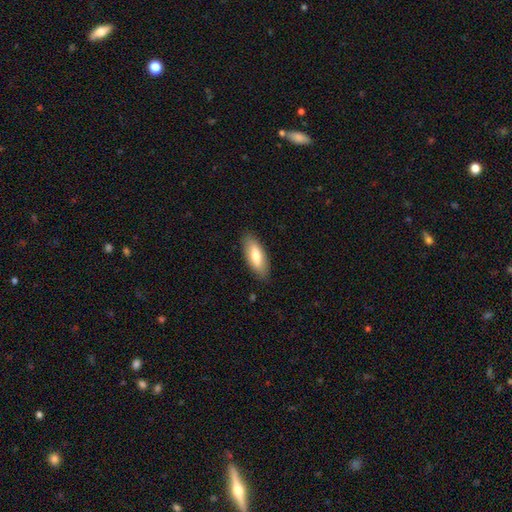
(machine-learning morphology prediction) smooth_or_featured: smooth (p=0.75) [alt: featured or disk p=0.19]
how_rounded: in between (p=0.73) [alt: cigar-shaped p=0.25]
merging: none (p=0.86) [alt: minor disturbance p=0.11]